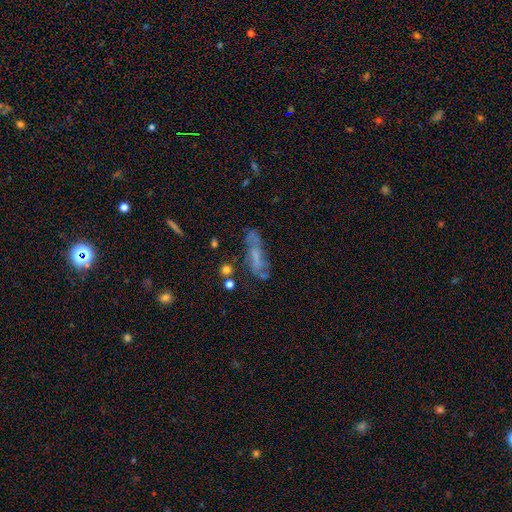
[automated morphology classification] smooth_or_featured: featured or disk (p=0.48) [alt: smooth p=0.39]
merging: none (p=0.52) [alt: minor disturbance p=0.24]